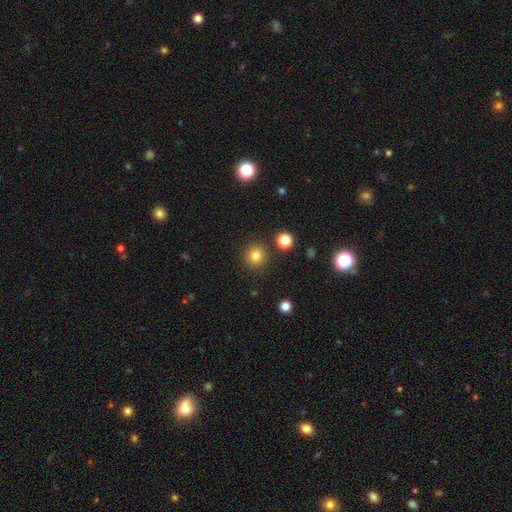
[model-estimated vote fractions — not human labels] This appears to be a smooth galaxy with no disk features (81%) that is round (91%). Merging: none (87%).